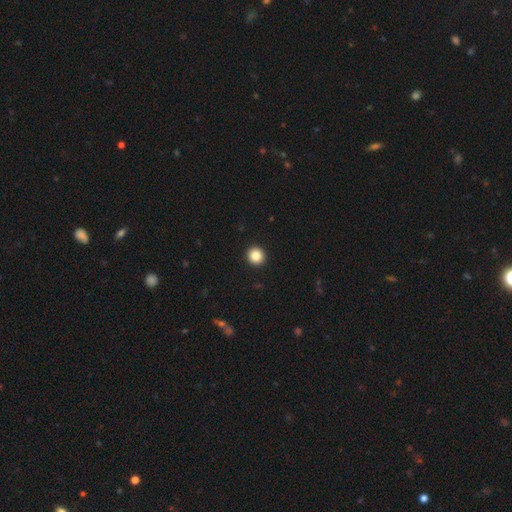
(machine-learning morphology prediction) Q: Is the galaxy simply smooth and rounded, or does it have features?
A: smooth — 86%.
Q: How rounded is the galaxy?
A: round — 93%.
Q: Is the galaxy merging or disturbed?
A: none — 94%.